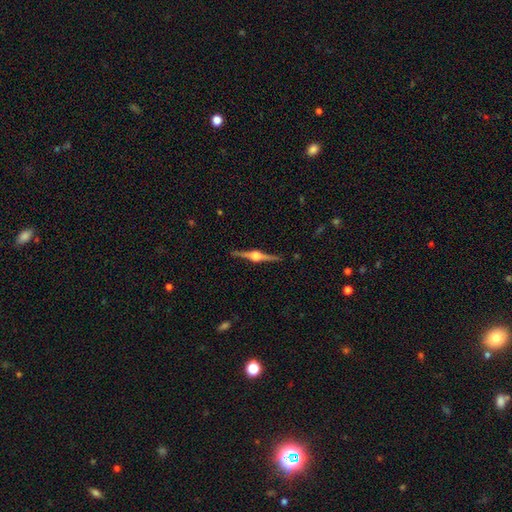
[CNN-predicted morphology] Smooth or featured: featured or disk — 88% (smooth — 7%)
Edge-on disk: yes — 99% (no — 1%)
Edge-on bulge: rounded — 94% (boxy — 5%)
Merging: none — 91% (minor disturbance — 7%)